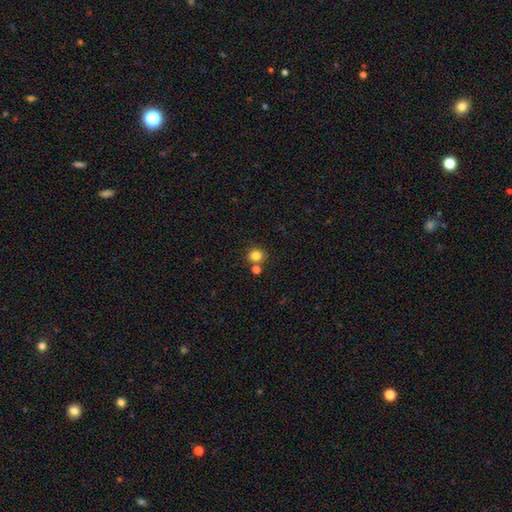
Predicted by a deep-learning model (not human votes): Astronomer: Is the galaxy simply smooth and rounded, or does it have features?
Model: smooth — 82%.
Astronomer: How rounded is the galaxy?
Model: round — 86%.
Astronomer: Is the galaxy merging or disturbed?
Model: none — 72%.